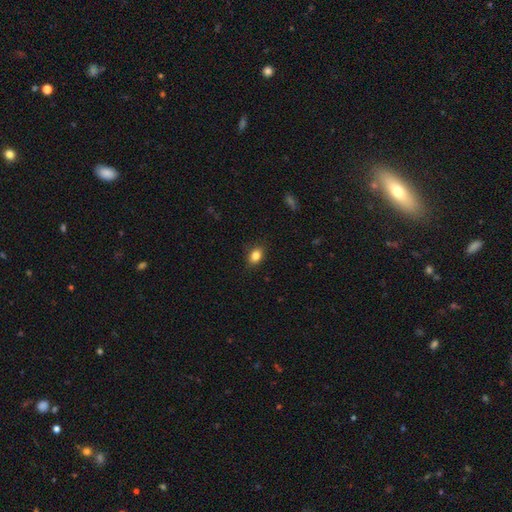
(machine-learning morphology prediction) Smooth or featured? smooth (84%)
How rounded? in between (69%)
Merging? none (86%)